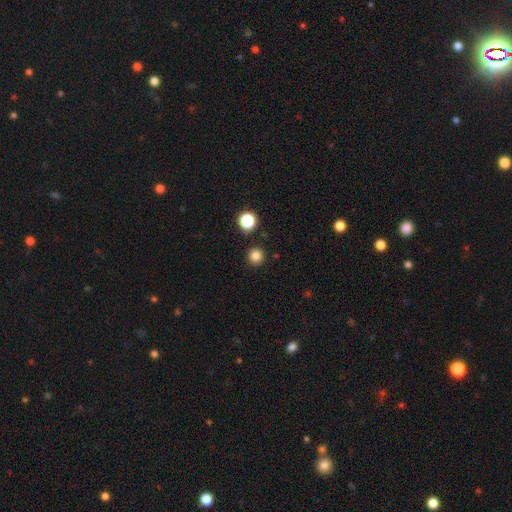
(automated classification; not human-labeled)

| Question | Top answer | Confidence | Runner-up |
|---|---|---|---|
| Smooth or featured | smooth | 82% | star or artifact (14%) |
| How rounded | round | 95% | in between (4%) |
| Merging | none | 91% | minor disturbance (5%) |